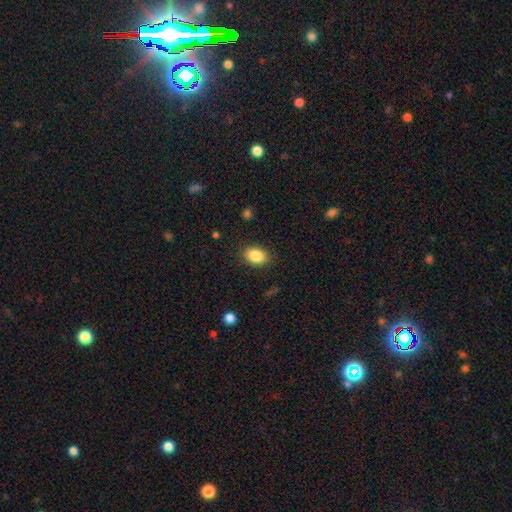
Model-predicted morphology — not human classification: This appears to be a smooth galaxy with no disk features (87%) that is in between round and cigar-shaped (81%). Merging: none (87%).